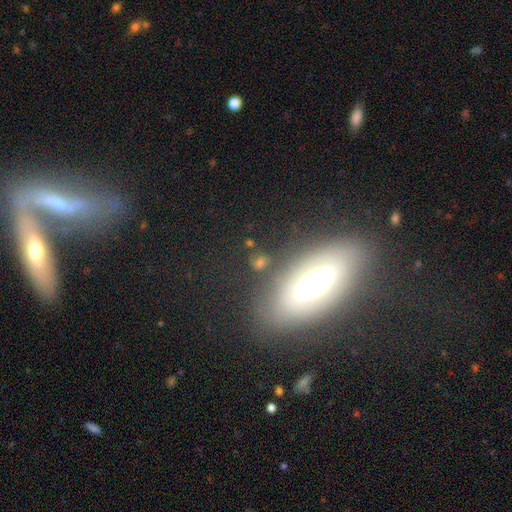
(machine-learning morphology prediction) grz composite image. It shows a featured or disk galaxy (54%). Merging: none (77%).